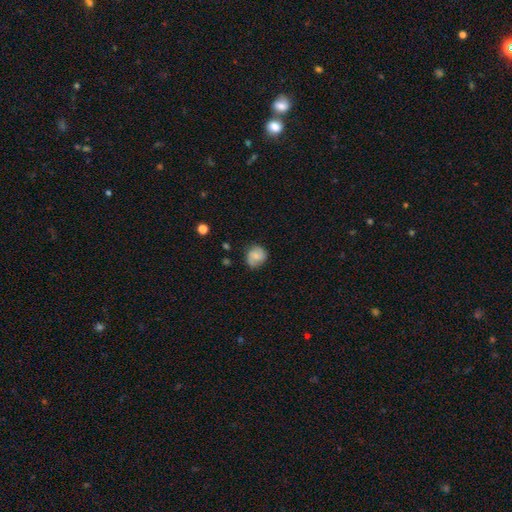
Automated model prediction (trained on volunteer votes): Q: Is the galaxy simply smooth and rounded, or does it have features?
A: smooth — 47%.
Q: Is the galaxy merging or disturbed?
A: none — 75%.